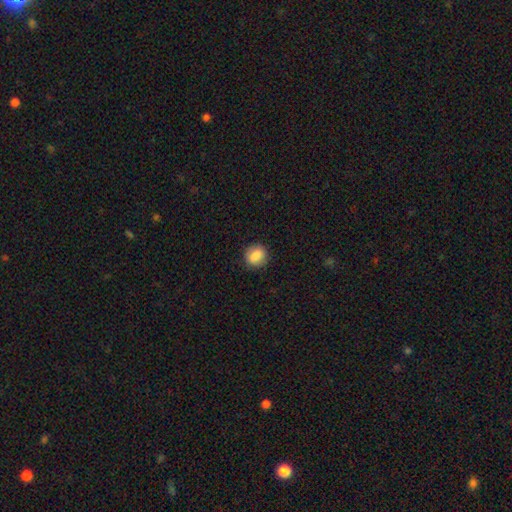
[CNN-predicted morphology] A smooth galaxy with no disk features (85%) that is round (68%).

Vote fractions:
- Smooth or featured? smooth: 85% / star or artifact: 8% / featured or disk: 7%
- How rounded? round: 68% / in between: 31% / cigar-shaped: 2%
- Merging? none: 85% / minor disturbance: 11% / major disturbance: 3% / merger: 1%